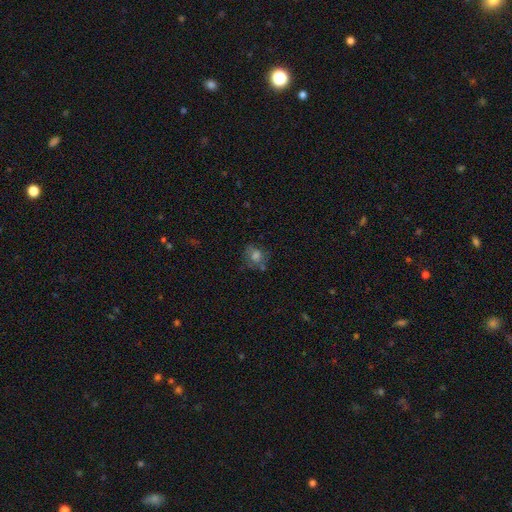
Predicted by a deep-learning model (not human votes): A smooth galaxy with no disk features (59%) that is round (68%).

Vote fractions:
- Smooth or featured? smooth: 59% / featured or disk: 22% / star or artifact: 19%
- How rounded? round: 68% / in between: 31% / cigar-shaped: 1%
- Merging? none: 61% / minor disturbance: 21% / major disturbance: 10% / merger: 7%